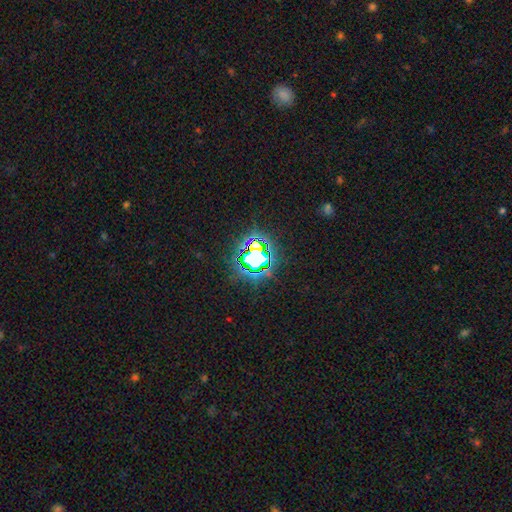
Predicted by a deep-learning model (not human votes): Q: Smooth or featured?
A: star or artifact (75%); runner-up: smooth (15%)